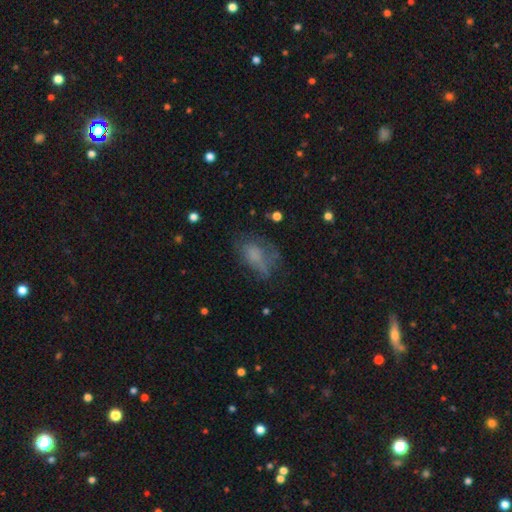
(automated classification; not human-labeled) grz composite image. It shows a smooth galaxy with no disk features (59%) that is in between round and cigar-shaped (81%). Merging: none (42%).